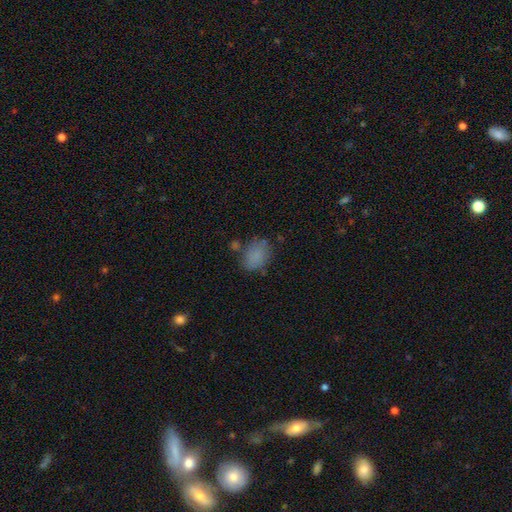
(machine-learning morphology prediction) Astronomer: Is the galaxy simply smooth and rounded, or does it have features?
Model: smooth — 82%.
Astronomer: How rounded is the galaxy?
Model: in between — 64%.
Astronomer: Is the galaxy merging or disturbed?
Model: none — 67%.